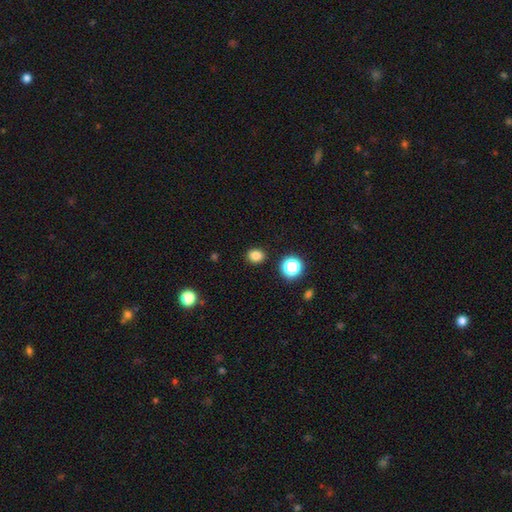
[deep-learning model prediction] This is clearly a smooth galaxy (83%). How rounded: likely round (61%). Merging: clearly none (89%).